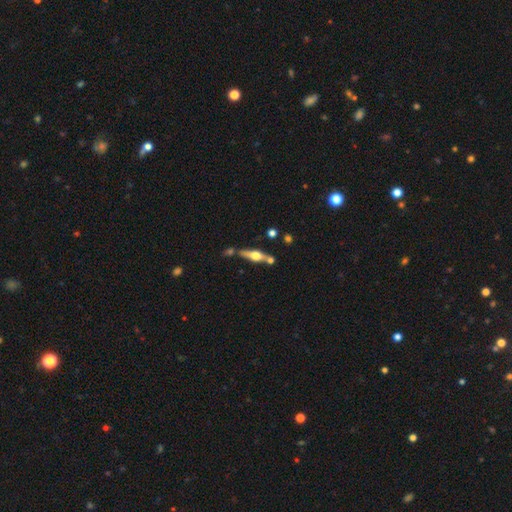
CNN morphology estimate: A featured or disk galaxy (67%) viewed edge-on (95%) with a rounded central bulge (94%). Merging: none (67%).